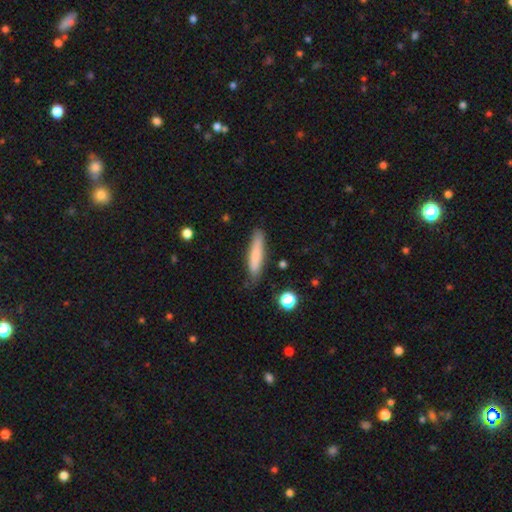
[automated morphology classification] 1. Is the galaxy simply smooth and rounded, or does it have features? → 78% smooth, 15% featured or disk, 7% star or artifact.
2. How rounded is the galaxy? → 86% cigar-shaped, 13% in between, 1% round.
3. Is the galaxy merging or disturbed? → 80% none, 15% minor disturbance, 3% major disturbance, 2% merger.